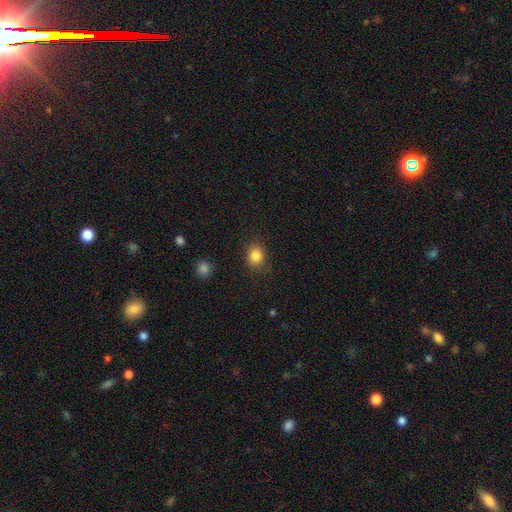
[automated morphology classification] This is clearly a smooth galaxy (85%). How rounded: likely round (67%). Merging: clearly none (84%).